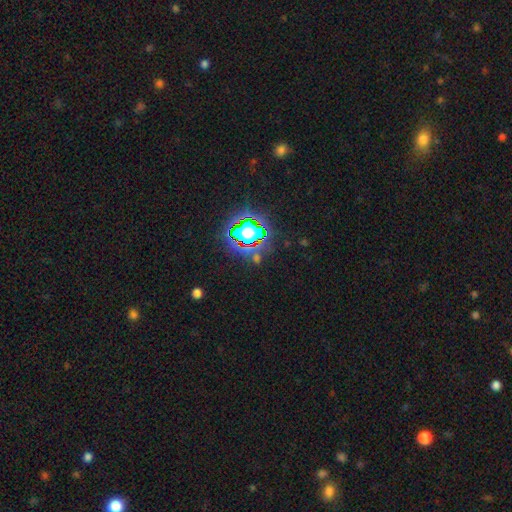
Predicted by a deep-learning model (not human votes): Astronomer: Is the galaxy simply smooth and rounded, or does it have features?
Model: star or artifact — 74%.